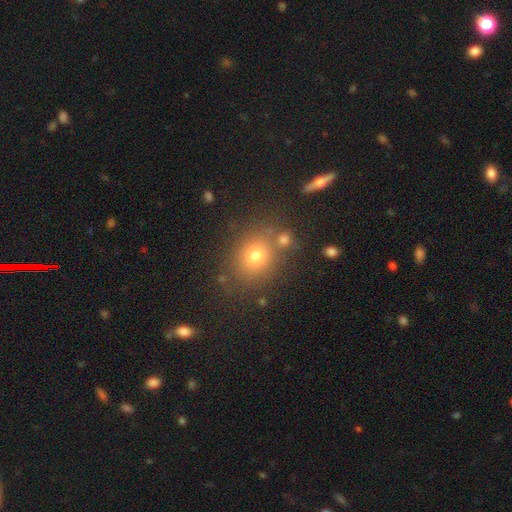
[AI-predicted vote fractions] A smooth galaxy with no disk features (71%) that is round (71%).

Vote fractions:
- Smooth or featured? smooth: 71% / star or artifact: 18% / featured or disk: 11%
- How rounded? round: 71% / in between: 27% / cigar-shaped: 1%
- Merging? none: 77% / minor disturbance: 10% / merger: 9% / major disturbance: 4%